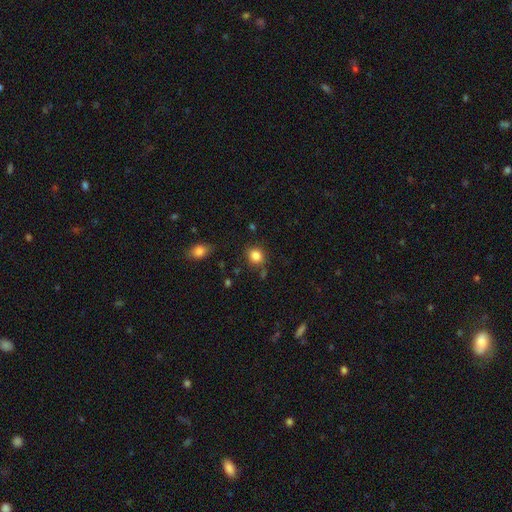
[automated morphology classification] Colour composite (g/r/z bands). It shows a smooth galaxy with no disk features (85%) that is round (78%). Merging: none (80%).